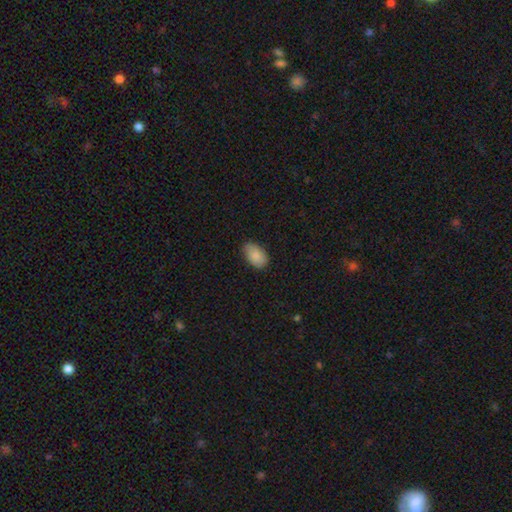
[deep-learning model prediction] Overall: smooth (87%). How rounded: in between (92%). Merging: none (78%).